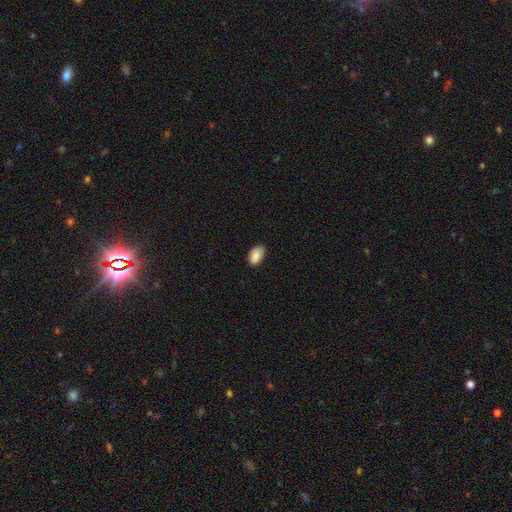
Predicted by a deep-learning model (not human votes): This is clearly a smooth galaxy (89%). How rounded: clearly in between (93%). Merging: clearly none (84%).